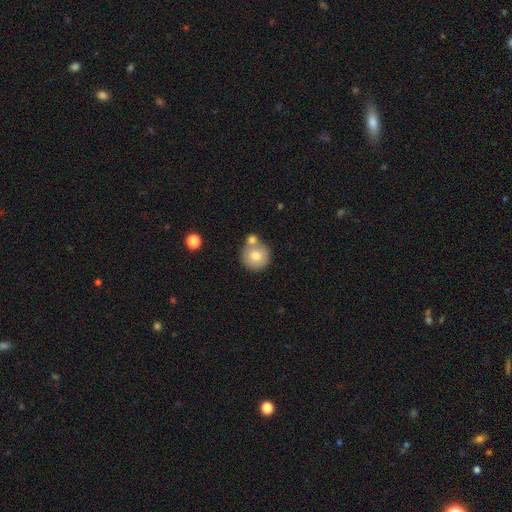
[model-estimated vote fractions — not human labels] A smooth galaxy with no disk features (75%) that is round (93%).

Vote fractions:
- Smooth or featured? smooth: 75% / featured or disk: 16% / star or artifact: 9%
- How rounded? round: 93% / in between: 6% / cigar-shaped: 1%
- Merging? none: 58% / merger: 30% / minor disturbance: 9% / major disturbance: 3%